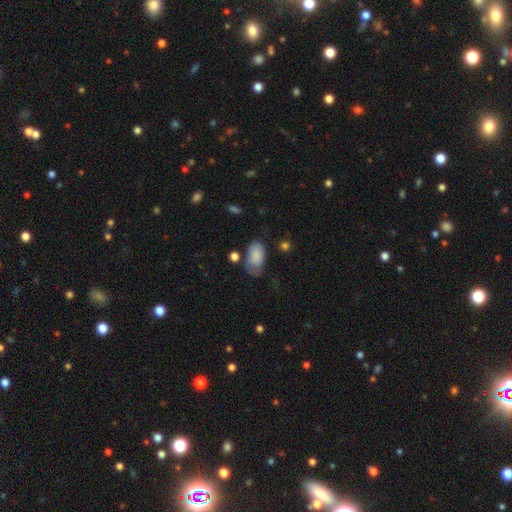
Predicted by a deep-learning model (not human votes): Smooth or featured?
  - smooth: 83% *
  - featured or disk: 10%
  - star or artifact: 7%
How rounded?
  - in between: 93% *
  - round: 5%
  - cigar-shaped: 2%
Merging?
  - none: 49% *
  - minor disturbance: 32%
  - major disturbance: 14%
  - merger: 6%